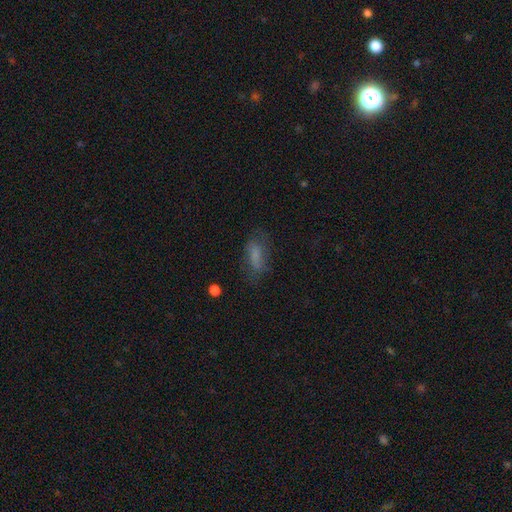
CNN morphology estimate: A smooth galaxy with no disk features (68%) that is in between round and cigar-shaped (69%).

Vote fractions:
- Smooth or featured? smooth: 68% / featured or disk: 20% / star or artifact: 12%
- How rounded? in between: 69% / cigar-shaped: 27% / round: 4%
- Merging? none: 63% / minor disturbance: 22% / major disturbance: 13% / merger: 2%